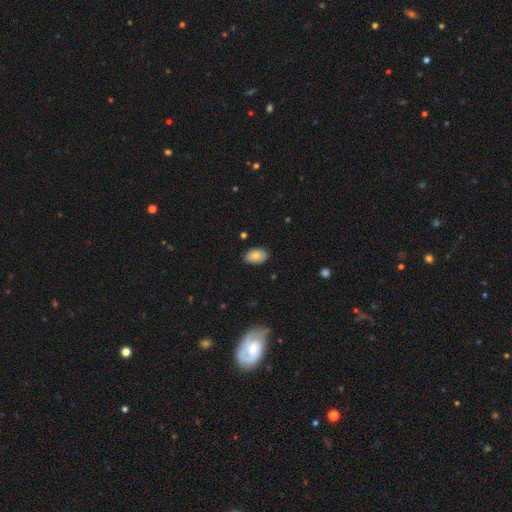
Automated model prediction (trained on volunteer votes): A smooth galaxy with no disk features (83%) that is in between round and cigar-shaped (89%). Merging: none (84%).